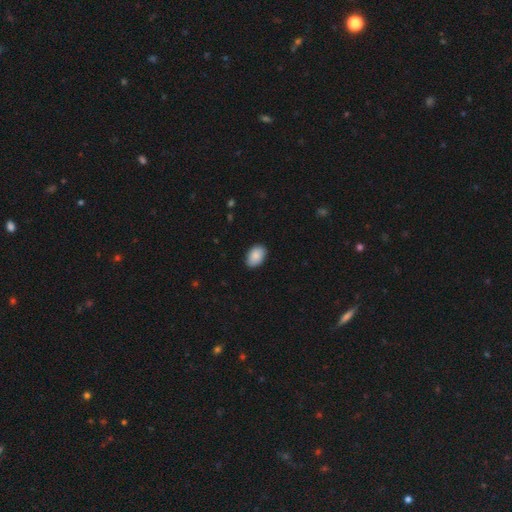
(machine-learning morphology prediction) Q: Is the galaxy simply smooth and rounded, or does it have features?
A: smooth — 89%.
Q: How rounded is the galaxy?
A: in between — 89%.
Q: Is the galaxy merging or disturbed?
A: none — 86%.